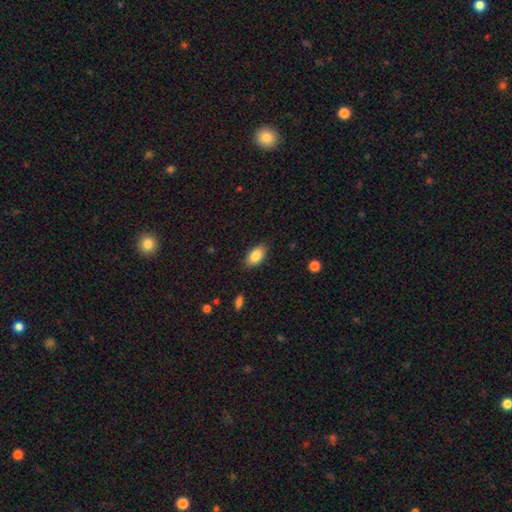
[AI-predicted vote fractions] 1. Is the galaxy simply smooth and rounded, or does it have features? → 85% smooth, 8% featured or disk, 7% star or artifact.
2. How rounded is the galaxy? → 92% in between, 5% round, 3% cigar-shaped.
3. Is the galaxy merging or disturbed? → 84% none, 13% minor disturbance, 3% major disturbance, 1% merger.